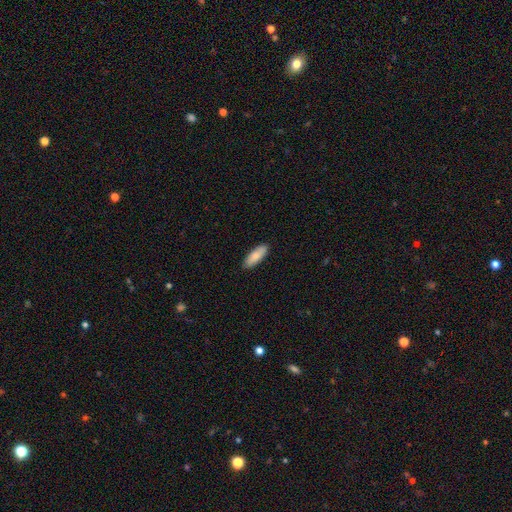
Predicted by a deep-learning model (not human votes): Smooth or featured? smooth (85%)
How rounded? in between (62%)
Merging? none (89%)